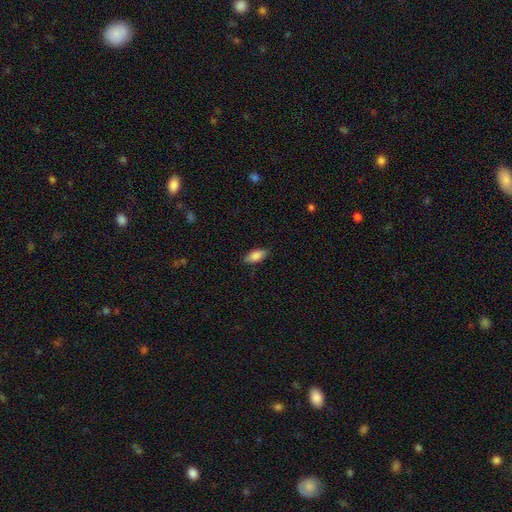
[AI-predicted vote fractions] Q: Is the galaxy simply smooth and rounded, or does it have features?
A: smooth — 85%.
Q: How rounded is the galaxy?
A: in between — 88%.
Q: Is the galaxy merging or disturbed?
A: none — 85%.